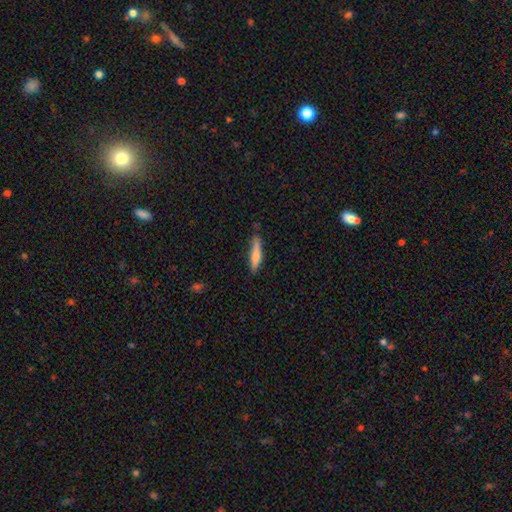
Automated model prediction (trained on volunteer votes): This is likely a smooth galaxy (72%). How rounded: clearly cigar-shaped (85%). Merging: likely none (69%).